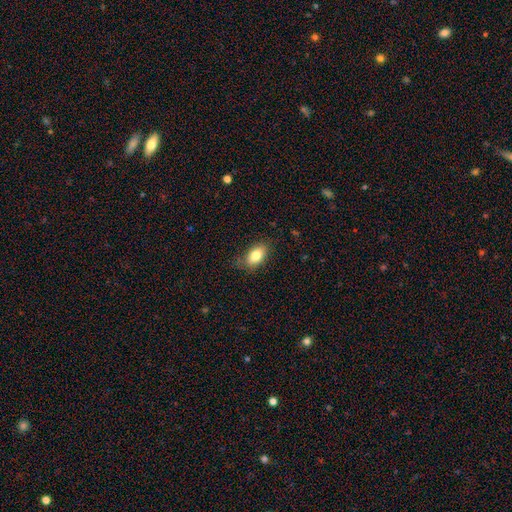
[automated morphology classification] A smooth galaxy with no disk features (81%) that is in between round and cigar-shaped (90%).

Vote fractions:
- Smooth or featured? smooth: 81% / featured or disk: 11% / star or artifact: 8%
- How rounded? in between: 90% / round: 7% / cigar-shaped: 3%
- Merging? none: 77% / minor disturbance: 18% / major disturbance: 4% / merger: 1%